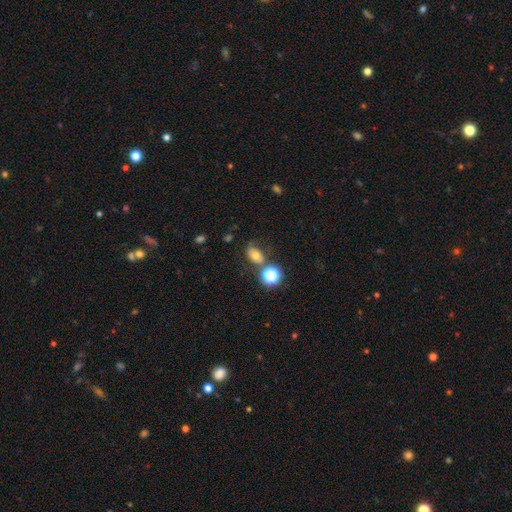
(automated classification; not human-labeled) Smooth or featured? smooth (61%)
How rounded? in between (69%)
Merging? none (54%)